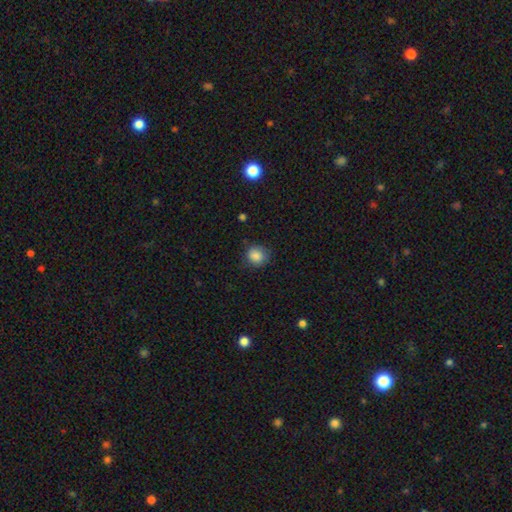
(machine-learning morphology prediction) Smooth or featured? Predicted: smooth (p=0.86). How rounded? Predicted: round (p=0.80). Merging? Predicted: none (p=0.78).